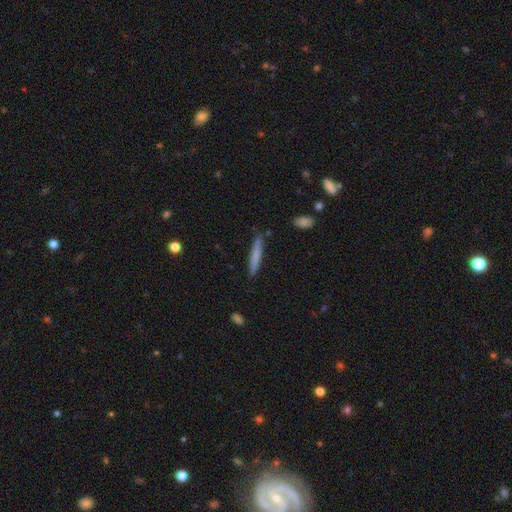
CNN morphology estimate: A smooth galaxy with no disk features (70%) that is cigar-shaped (95%).

Vote fractions:
- Smooth or featured? smooth: 70% / featured or disk: 24% / star or artifact: 6%
- How rounded? cigar-shaped: 95% / in between: 3% / round: 1%
- Merging? none: 88% / minor disturbance: 8% / merger: 2% / major disturbance: 2%